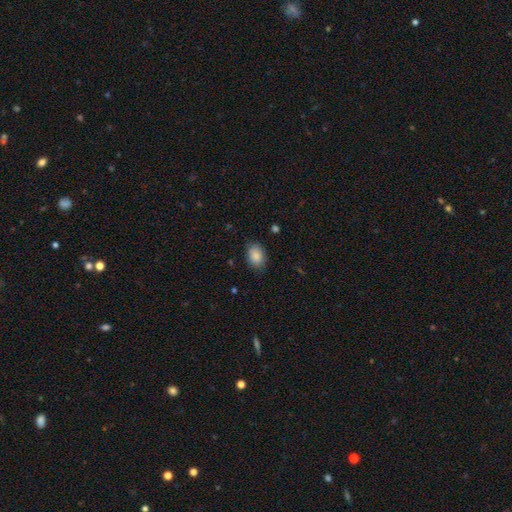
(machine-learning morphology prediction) A smooth galaxy with no disk features (88%) that is in between round and cigar-shaped (83%). Merging: none (80%).